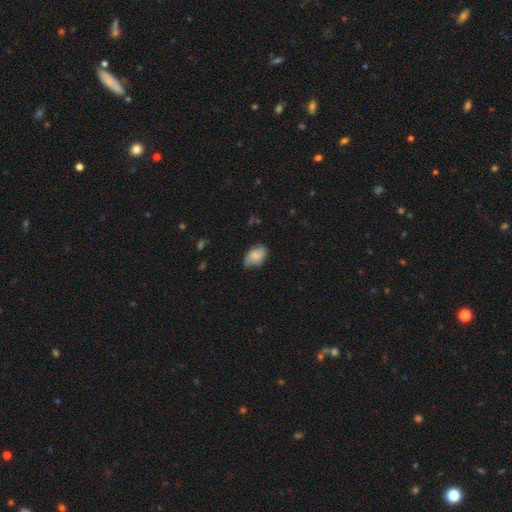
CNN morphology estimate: Smooth or featured? smooth (70%)
How rounded? in between (86%)
Merging? none (62%)